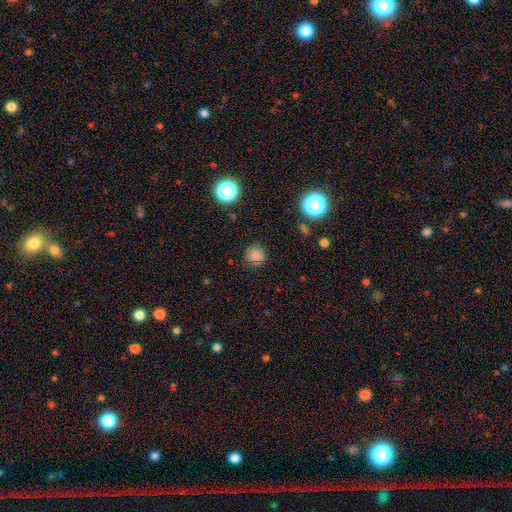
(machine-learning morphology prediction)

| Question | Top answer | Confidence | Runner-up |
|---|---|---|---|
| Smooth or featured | smooth | 81% | star or artifact (15%) |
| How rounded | round | 93% | in between (6%) |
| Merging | none | 87% | minor disturbance (8%) |